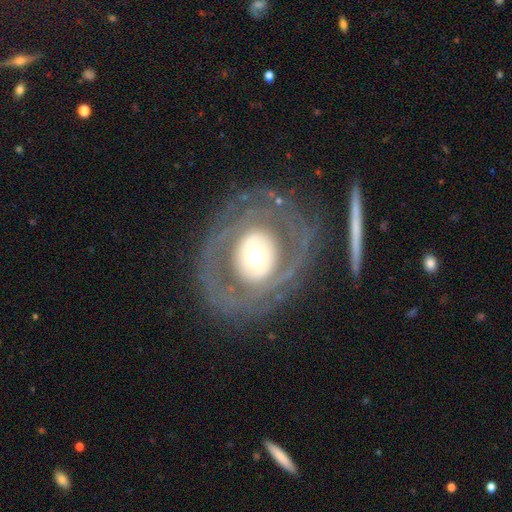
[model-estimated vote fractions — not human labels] Smooth or featured? featured or disk (71%)
Edge-on disk? no (95%)
Bar? no (75%)
Spiral arms? no (55%)
Bulge size? moderate (58%)
Merging? none (75%)